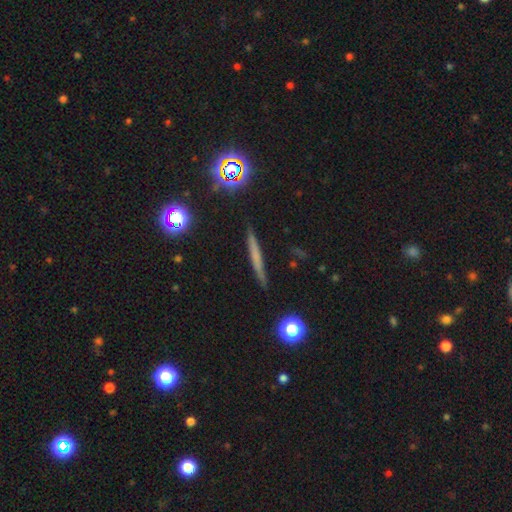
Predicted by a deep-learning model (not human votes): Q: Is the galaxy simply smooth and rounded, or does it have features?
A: smooth — 49%.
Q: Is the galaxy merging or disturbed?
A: none — 89%.